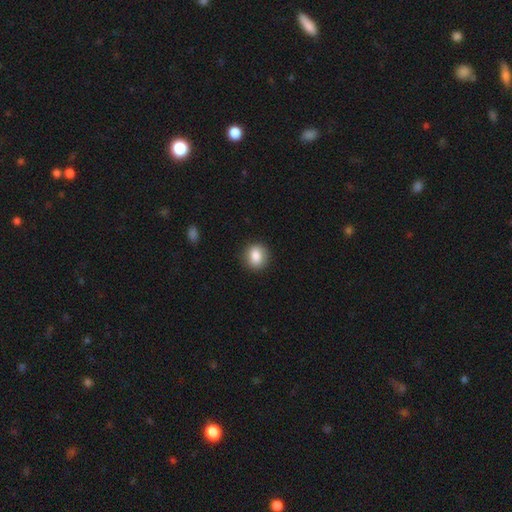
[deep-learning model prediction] Morphology: type=smooth (85%); roundness=round (71%); merging=none (88%).